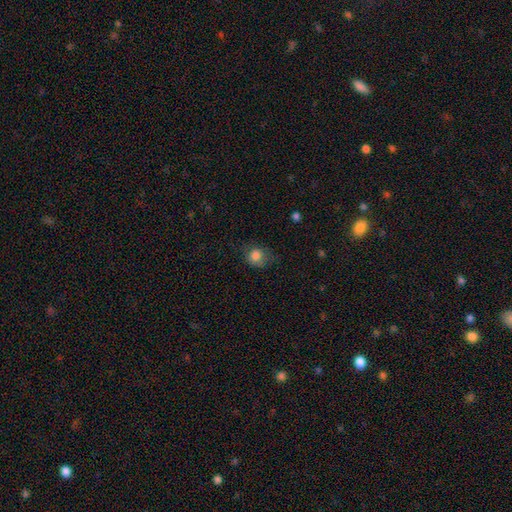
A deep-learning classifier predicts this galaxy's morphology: smooth 83%, star or artifact 10%, featured or disk 7%. Down the decision tree: how rounded — round (73%); merging — none (58%).